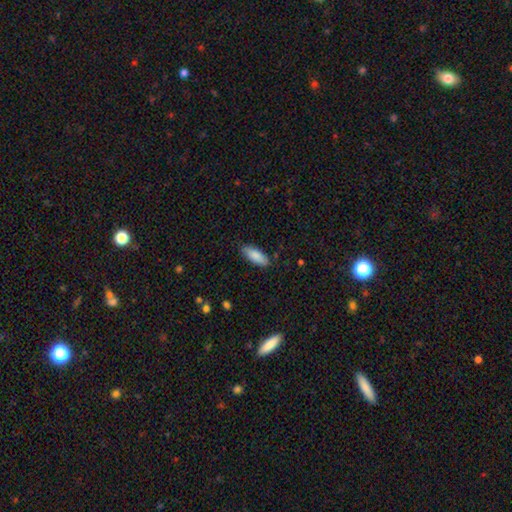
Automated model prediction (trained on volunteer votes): Morphology: type=smooth (87%); roundness=in between (74%); merging=none (84%).